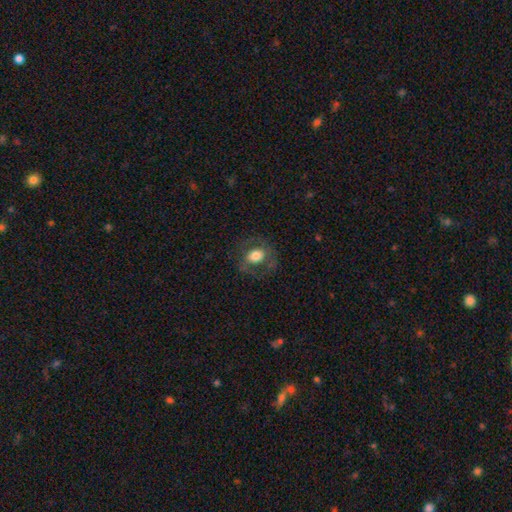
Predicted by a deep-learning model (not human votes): Smooth or featured: smooth — 60% (featured or disk — 31%)
How rounded: in between — 52% (round — 47%)
Merging: none — 68% (minor disturbance — 17%)